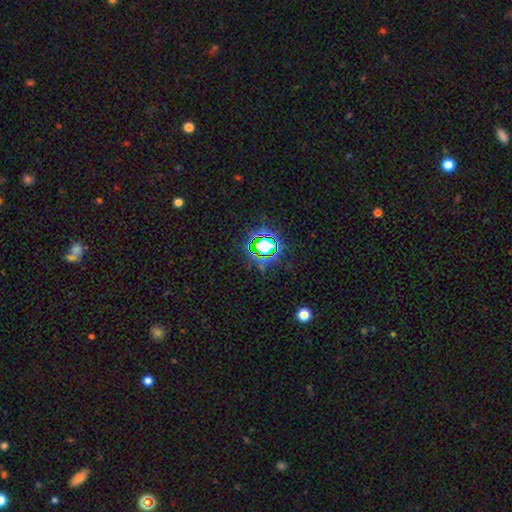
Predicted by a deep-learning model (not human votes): star or artifact 76%, smooth 15%, featured or disk 9%.